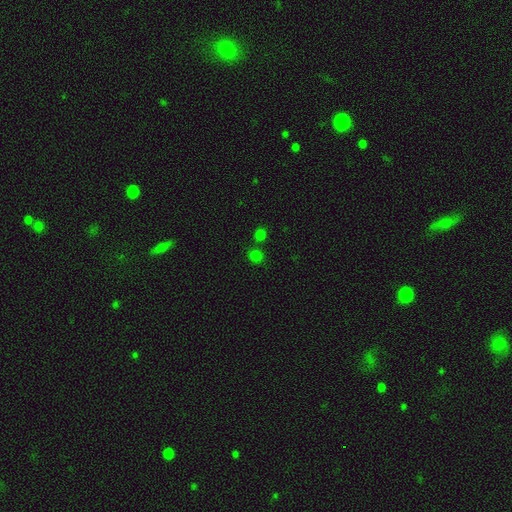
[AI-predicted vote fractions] Smooth or featured? Predicted: smooth (p=0.73). How rounded? Predicted: round (p=0.88). Merging? Predicted: none (p=0.74).